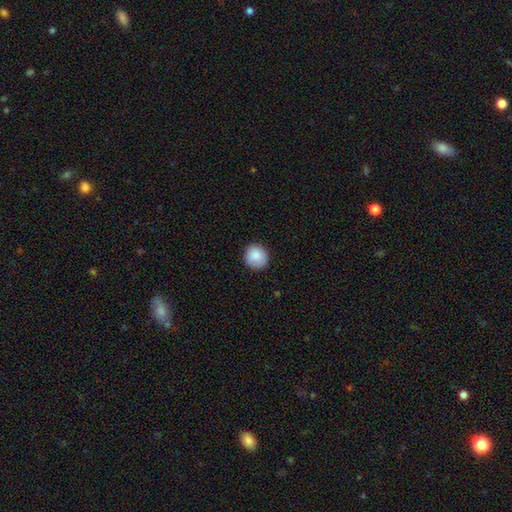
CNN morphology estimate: This appears to be a smooth galaxy with no disk features (88%) that is round (92%). Merging: none (88%).